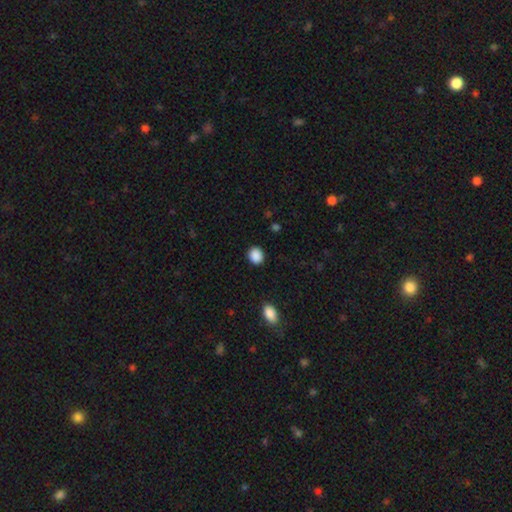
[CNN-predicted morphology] A smooth galaxy with no disk features (89%) that is round (67%). Merging: none (89%).